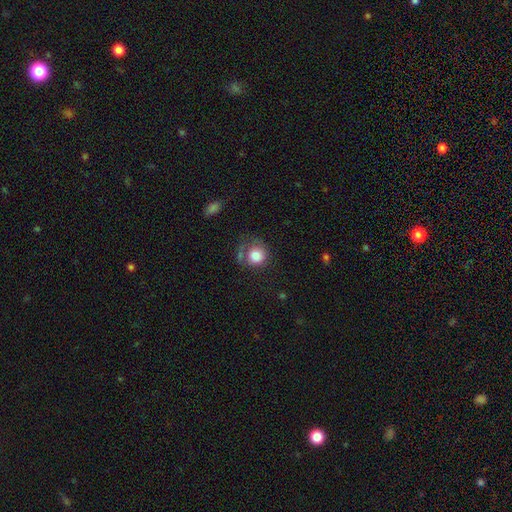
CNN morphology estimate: Q: Smooth or featured?
A: smooth (80%); runner-up: featured or disk (11%)
Q: How rounded?
A: round (83%); runner-up: in between (16%)
Q: Merging?
A: none (46%); runner-up: minor disturbance (23%)